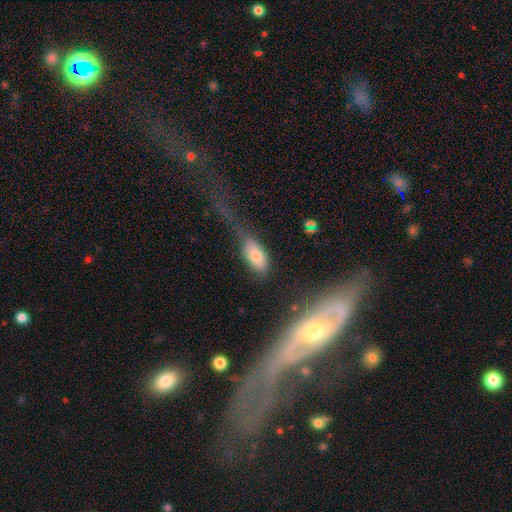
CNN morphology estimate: The model was most divided on "merging": none: 35%, major disturbance: 32%, minor disturbance: 25%, merger: 9%. More confident: how rounded — in between (87%); smooth or featured — smooth (72%).